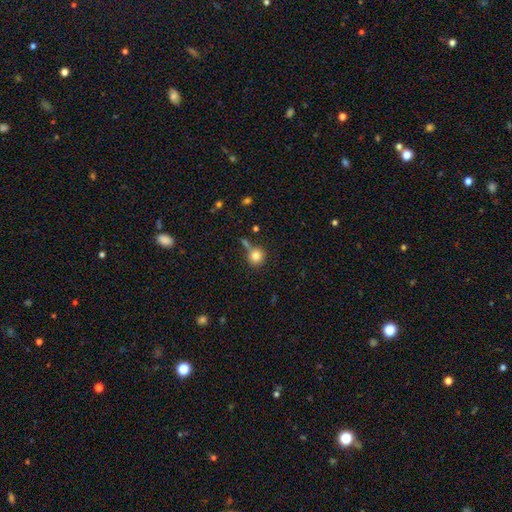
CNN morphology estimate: A smooth galaxy with no disk features (82%) that is round (89%). Merging: none (63%).